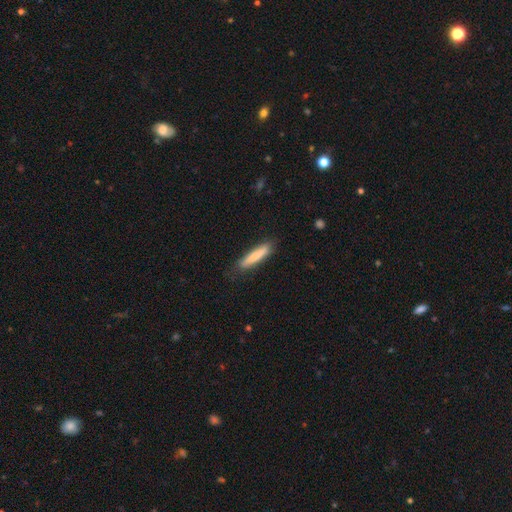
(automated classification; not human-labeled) A smooth galaxy with no disk features (81%) that is cigar-shaped (88%). Merging: none (84%).